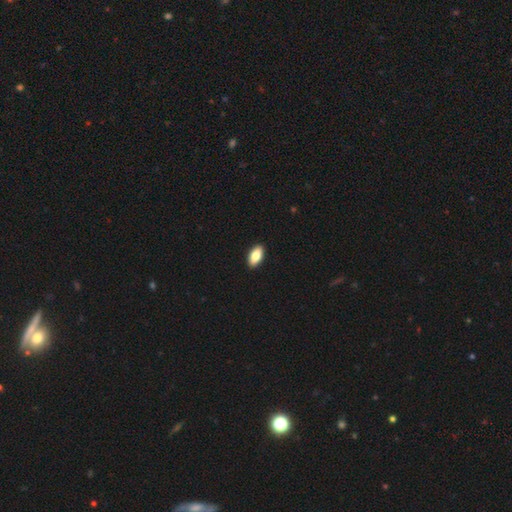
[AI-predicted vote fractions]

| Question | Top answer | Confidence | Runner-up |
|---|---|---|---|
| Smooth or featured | smooth | 81% | featured or disk (12%) |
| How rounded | in between | 90% | cigar-shaped (7%) |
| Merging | none | 92% | minor disturbance (6%) |